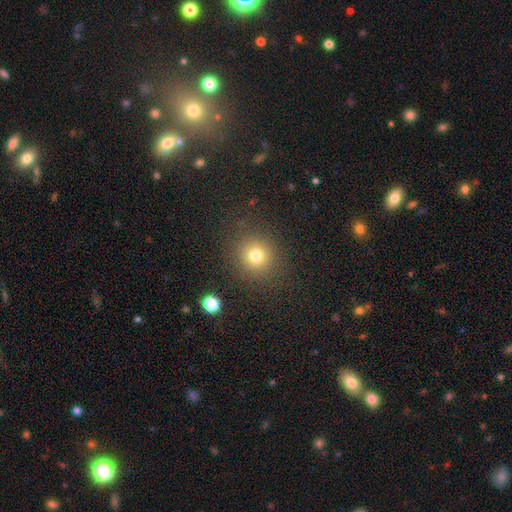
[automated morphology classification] smooth_or_featured: smooth (p=0.76) [alt: star or artifact p=0.16]
how_rounded: round (p=0.88) [alt: in between p=0.11]
merging: none (p=0.86) [alt: minor disturbance p=0.08]